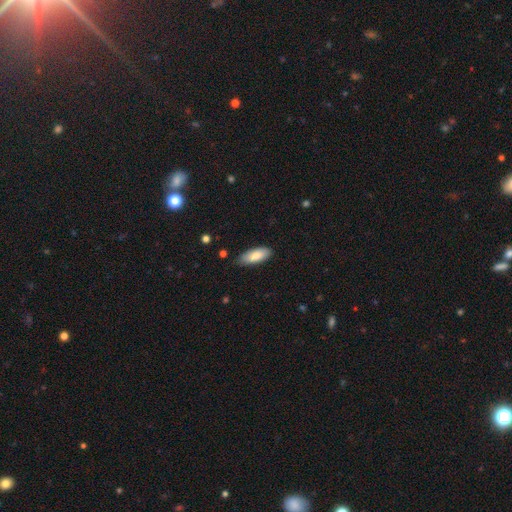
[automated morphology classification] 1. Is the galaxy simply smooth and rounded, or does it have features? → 83% smooth, 11% featured or disk, 6% star or artifact.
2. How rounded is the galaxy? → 77% in between, 21% cigar-shaped, 2% round.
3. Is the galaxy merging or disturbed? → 80% none, 16% minor disturbance, 2% major disturbance, 1% merger.